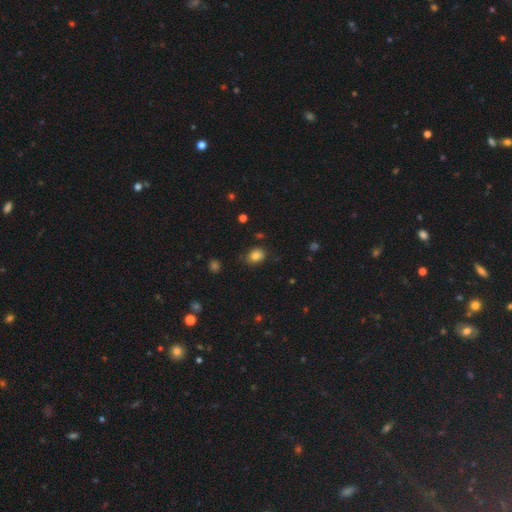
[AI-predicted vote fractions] A smooth galaxy with no disk features (81%) that is in between round and cigar-shaped (53%).

Vote fractions:
- Smooth or featured? smooth: 81% / star or artifact: 12% / featured or disk: 7%
- How rounded? in between: 53% / round: 46% / cigar-shaped: 1%
- Merging? none: 79% / minor disturbance: 16% / major disturbance: 3% / merger: 2%